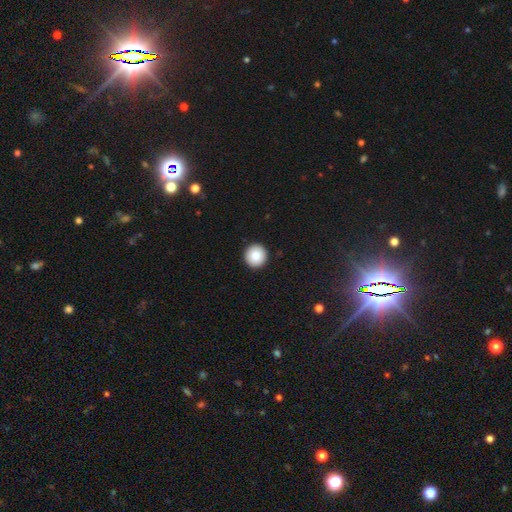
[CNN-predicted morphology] A smooth galaxy with no disk features (84%) that is round (96%).

Vote fractions:
- Smooth or featured? smooth: 84% / star or artifact: 8% / featured or disk: 8%
- How rounded? round: 96% / in between: 3% / cigar-shaped: 1%
- Merging? none: 94% / minor disturbance: 4% / major disturbance: 1% / merger: 1%